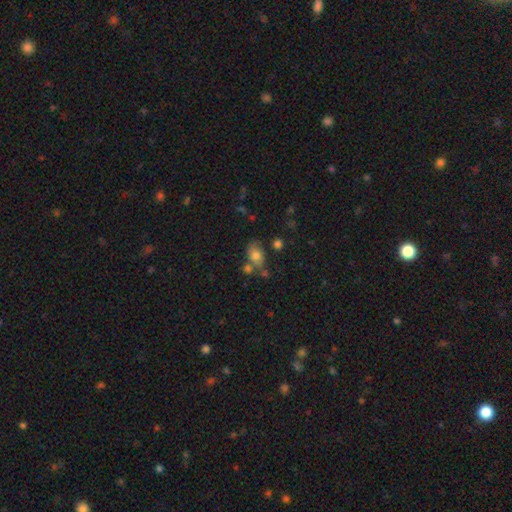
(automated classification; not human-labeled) Smooth or featured? Predicted: smooth (p=0.75). How rounded? Predicted: in between (p=0.77). Merging? Predicted: none (p=0.54).